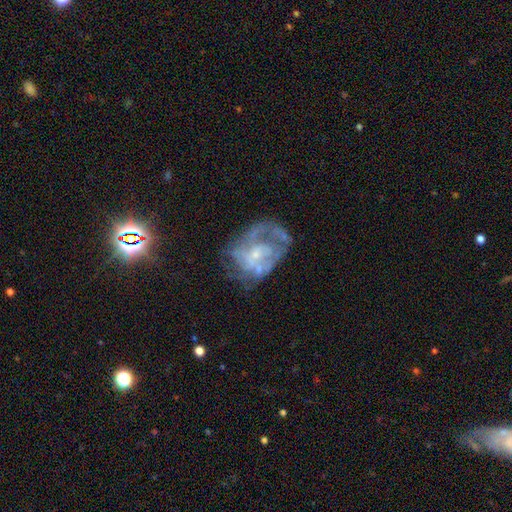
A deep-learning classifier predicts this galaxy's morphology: Overall: featured or disk (74%). Edge-on disk: no (97%). Bar: no (74%). Spiral arms: yes (57%; no 43%). Bulge size: small (65%). Merging: none (40%; major disturbance 31%).